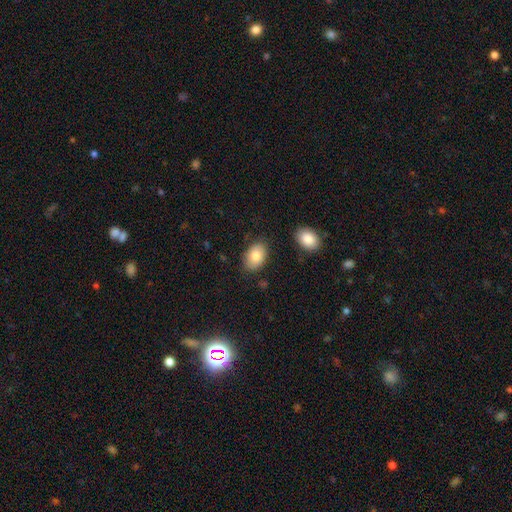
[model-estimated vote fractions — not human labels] smooth-or-featured: smooth: 81% | featured or disk: 11% | star or artifact: 7%
  how-rounded: in between: 87% | round: 12% | cigar-shaped: 1%
  merging: none: 81% | minor disturbance: 13% | merger: 3% | major disturbance: 3%